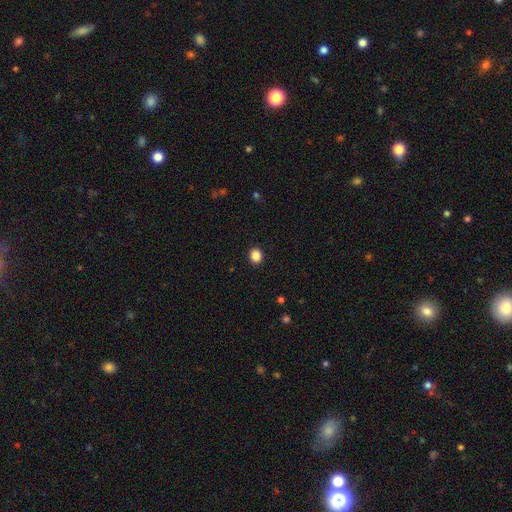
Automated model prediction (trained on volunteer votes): Overall: smooth (87%). How rounded: round (77%). Merging: none (93%).